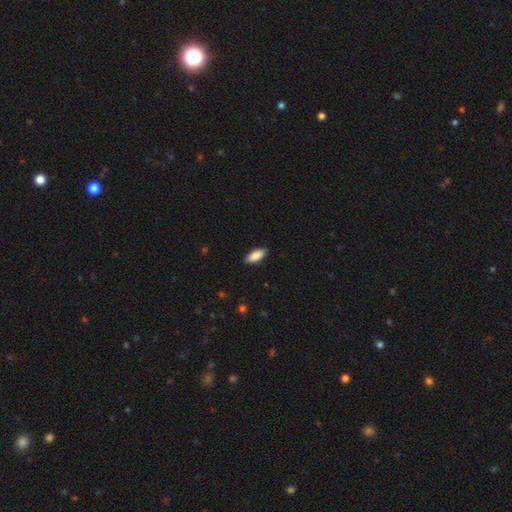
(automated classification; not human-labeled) Morphology: type=smooth (89%); roundness=in between (84%); merging=none (89%).